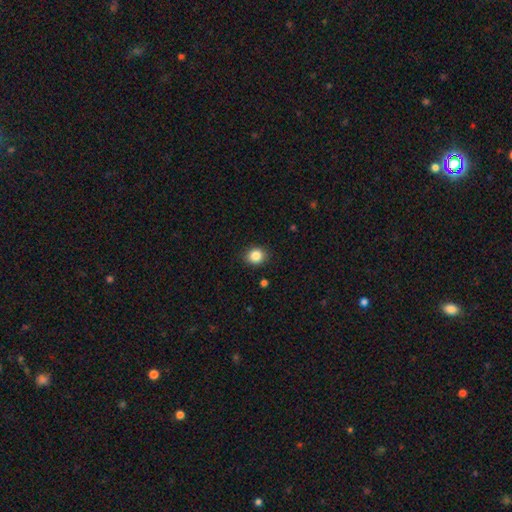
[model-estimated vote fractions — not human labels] Smooth or featured? Predicted: smooth (p=0.86). How rounded? Predicted: round (p=0.76). Merging? Predicted: none (p=0.88).